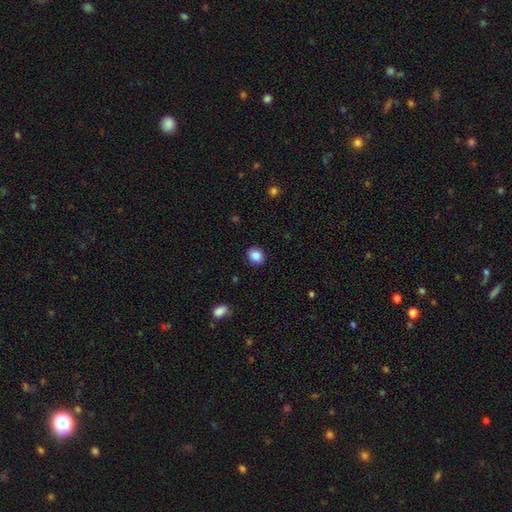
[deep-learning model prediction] smooth-or-featured: smooth: 87% | star or artifact: 9% | featured or disk: 4%
  how-rounded: round: 61% | in between: 38% | cigar-shaped: 1%
  merging: none: 90% | minor disturbance: 7% | major disturbance: 2% | merger: 1%